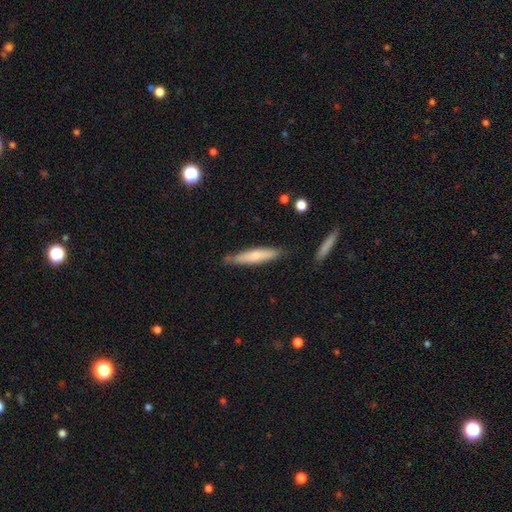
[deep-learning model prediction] This appears to be a smooth galaxy with no disk features (65%) that is cigar-shaped (89%). Merging: none (80%).